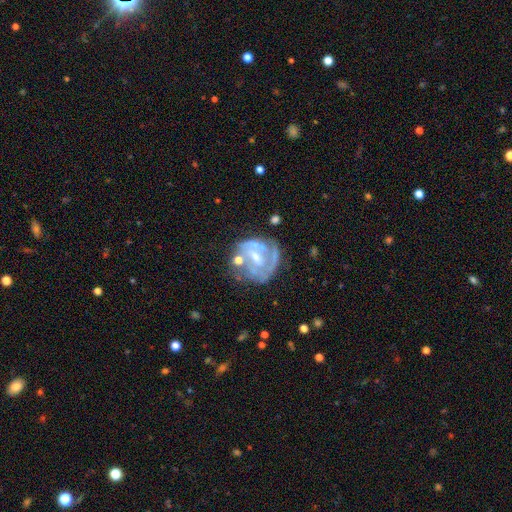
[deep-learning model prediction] Overall: featured or disk (80%). Edge-on disk: no (98%). Bar: weak (46%; no 35%). Spiral arms: yes (77%). Spiral arm count: 2 (37%; can't tell 33%). Spiral winding: tight (54%; medium 34%). Bulge size: small (52%; moderate 38%). Merging: none (51%; minor disturbance 22%).